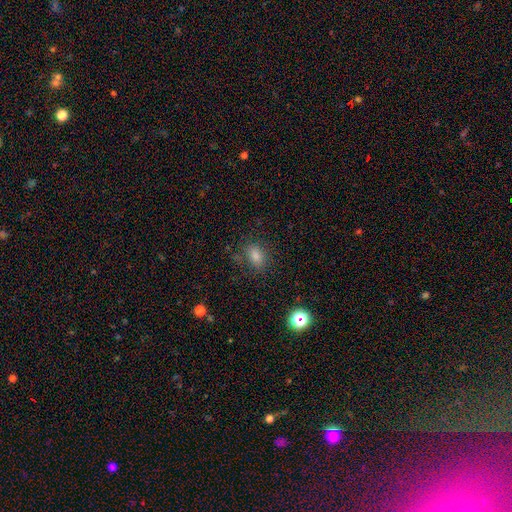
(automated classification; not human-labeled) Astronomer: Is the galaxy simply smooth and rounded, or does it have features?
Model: smooth — 75%.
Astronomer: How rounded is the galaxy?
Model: in between — 73%.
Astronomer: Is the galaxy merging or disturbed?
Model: none — 81%.